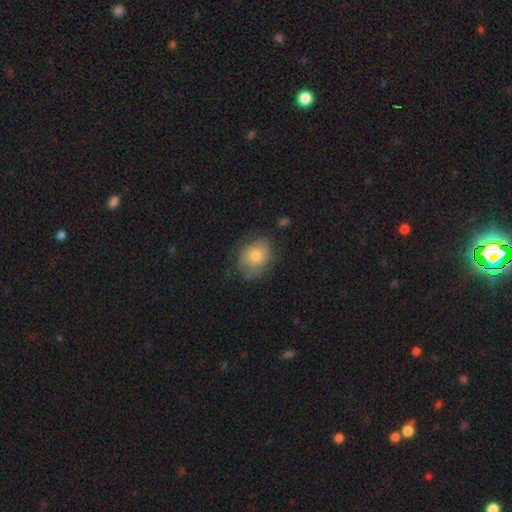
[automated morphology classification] Q: Smooth or featured?
A: smooth (74%); runner-up: featured or disk (18%)
Q: How rounded?
A: in between (55%); runner-up: round (44%)
Q: Merging?
A: none (67%); runner-up: minor disturbance (24%)